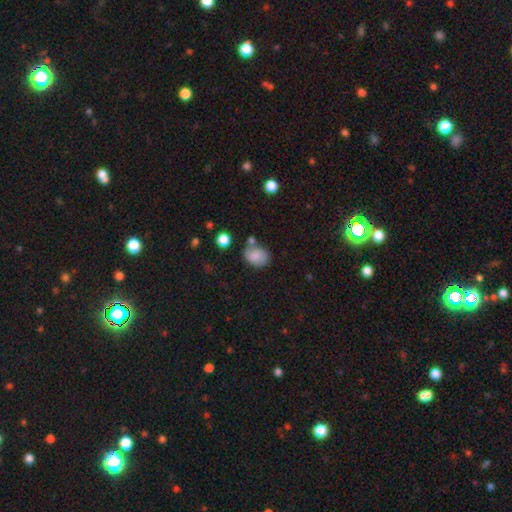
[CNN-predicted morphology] Smooth or featured: smooth — 73% (featured or disk — 17%)
How rounded: in between — 58% (round — 41%)
Merging: none — 59% (minor disturbance — 22%)